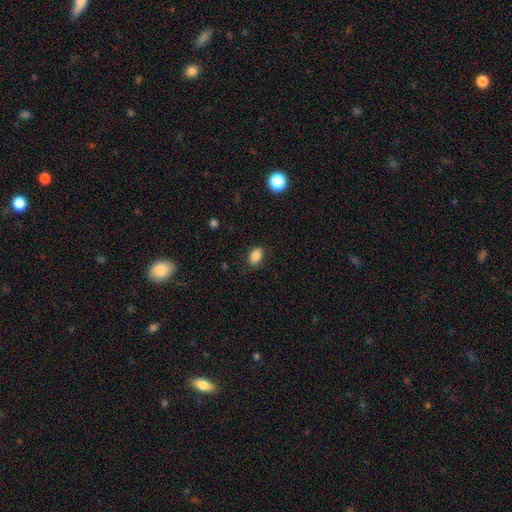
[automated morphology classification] Overall: smooth (85%). How rounded: in between (81%). Merging: none (84%).